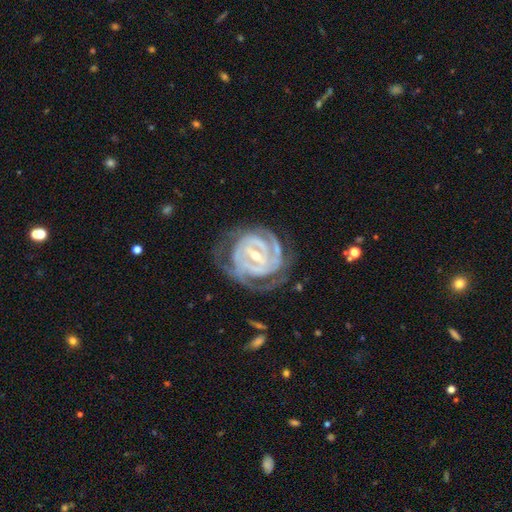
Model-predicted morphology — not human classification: The model was most divided on "spiral arm count": 2: 29%, 3: 28%, can't tell: 19%, 4: 13%, 1: 5%, more than 4: 5%. More confident: spiral arms — yes (97%); edge-on disk — no (97%); smooth or featured — featured or disk (92%); spiral winding — tight (75%); merging — none (65%); bulge size — small (54%); bar — strong (52%).